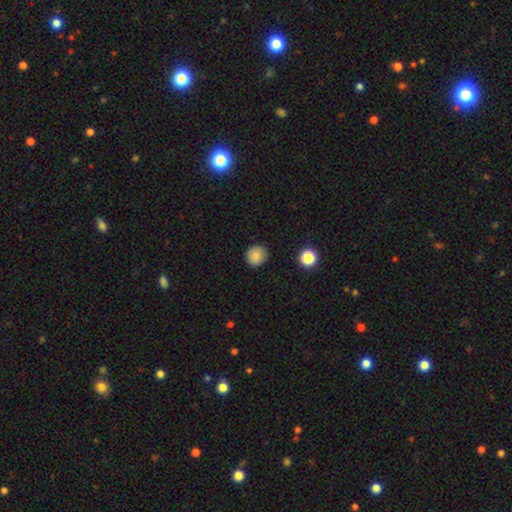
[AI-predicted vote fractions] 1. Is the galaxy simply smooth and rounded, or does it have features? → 85% smooth, 10% star or artifact, 5% featured or disk.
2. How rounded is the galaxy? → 89% round, 10% in between, 1% cigar-shaped.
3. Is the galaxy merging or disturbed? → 88% none, 9% minor disturbance, 2% major disturbance, 1% merger.